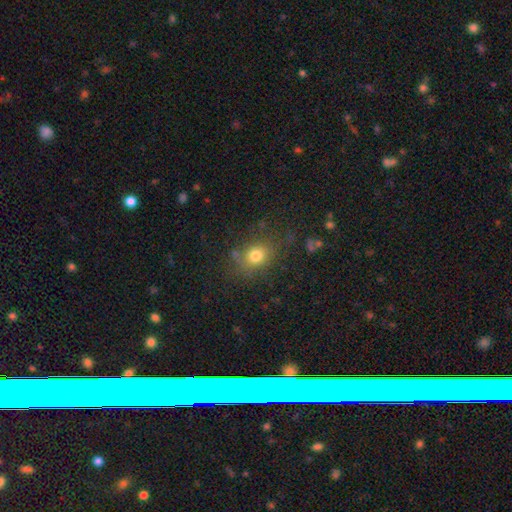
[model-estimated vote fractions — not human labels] Q: Smooth or featured?
A: smooth (76%); runner-up: star or artifact (14%)
Q: How rounded?
A: round (57%); runner-up: in between (42%)
Q: Merging?
A: none (72%); runner-up: minor disturbance (16%)